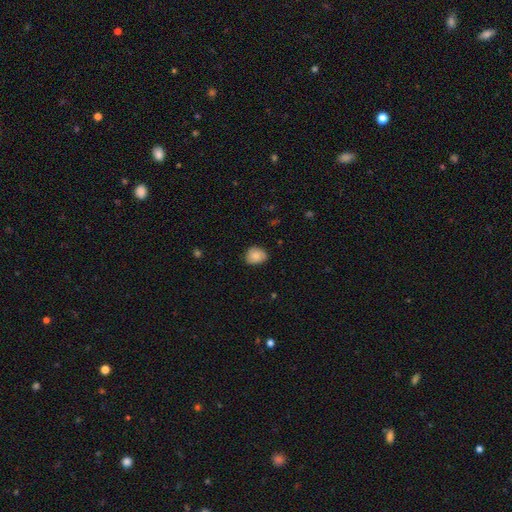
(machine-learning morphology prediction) This appears to be a smooth galaxy with no disk features (82%) that is round (58%). Merging: none (78%).